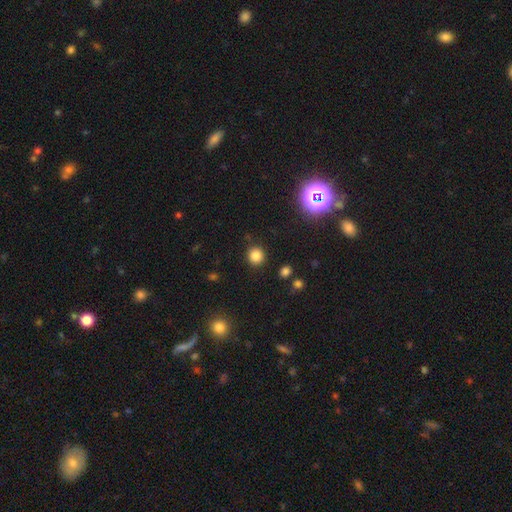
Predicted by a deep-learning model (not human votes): Smooth or featured?
  - smooth: 83% *
  - star or artifact: 13%
  - featured or disk: 5%
How rounded?
  - round: 91% *
  - in between: 8%
  - cigar-shaped: 1%
Merging?
  - none: 89% *
  - minor disturbance: 7%
  - major disturbance: 3%
  - merger: 2%